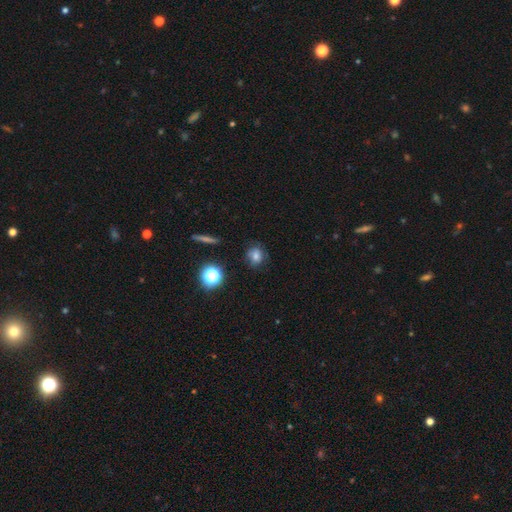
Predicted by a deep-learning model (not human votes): smooth 69%, star or artifact 17%, featured or disk 14%. Down the decision tree: how rounded — round (67%); merging — none (70%).